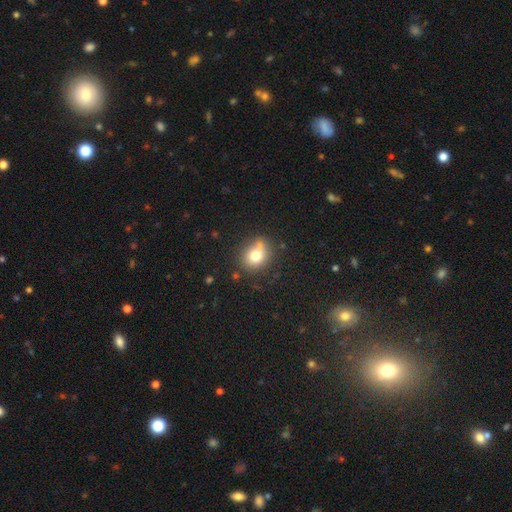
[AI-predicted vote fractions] smooth-or-featured: smooth: 75% | featured or disk: 13% | star or artifact: 12%
  how-rounded: round: 68% | in between: 31% | cigar-shaped: 1%
  merging: none: 66% | minor disturbance: 17% | merger: 11% | major disturbance: 5%